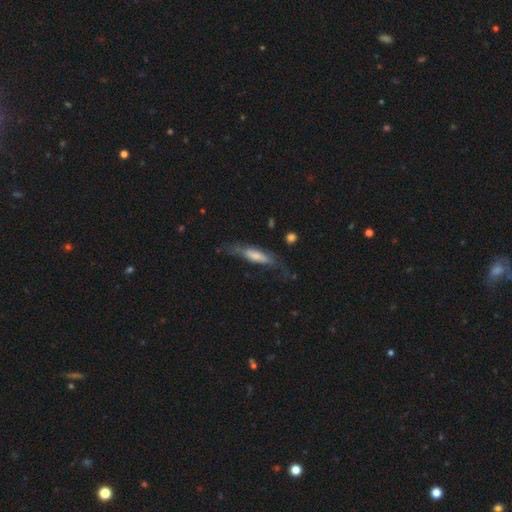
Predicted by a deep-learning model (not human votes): Morphology: type=smooth (52%); roundness=cigar-shaped (63%); merging=none (49%).